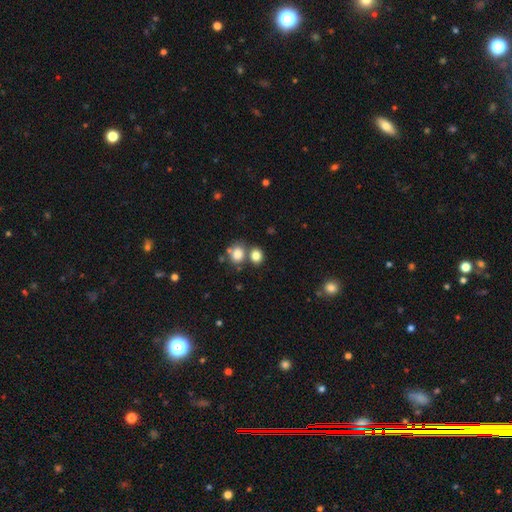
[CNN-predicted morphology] smooth_or_featured: smooth (p=0.82) [alt: star or artifact p=0.11]
how_rounded: round (p=0.63) [alt: in between p=0.36]
merging: none (p=0.55) [alt: merger p=0.31]